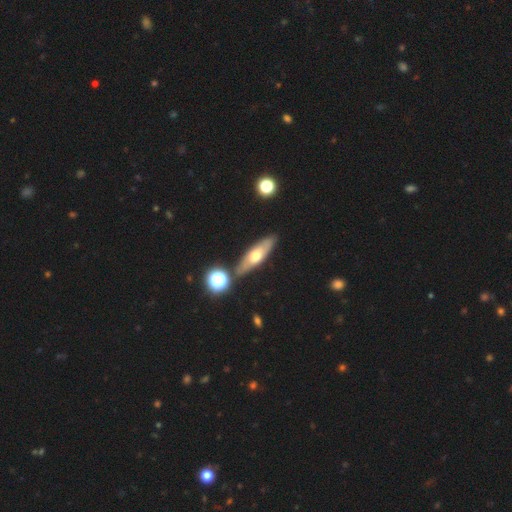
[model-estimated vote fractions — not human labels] Smooth or featured? Predicted: smooth (p=0.47). Merging? Predicted: none (p=0.82).